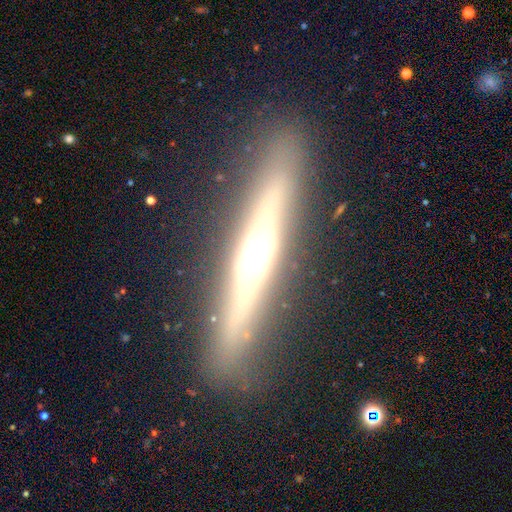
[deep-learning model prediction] featured or disk 71%, smooth 21%, star or artifact 8%. Down the decision tree: edge-on disk — yes (94%); edge-on bulge — rounded (82%); merging — none (87%).